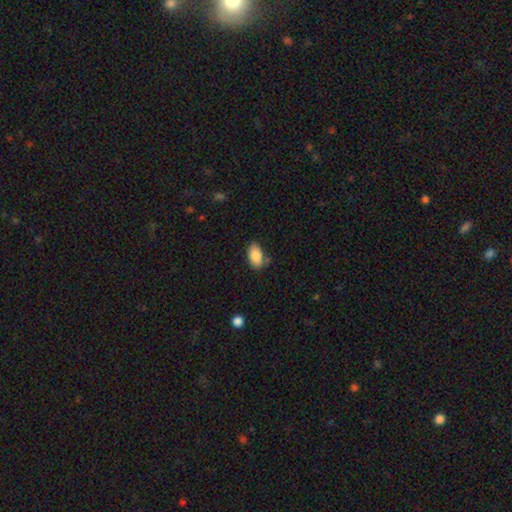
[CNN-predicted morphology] smooth_or_featured: smooth (p=0.87) [alt: star or artifact p=0.07]
how_rounded: in between (p=0.93) [alt: round p=0.05]
merging: none (p=0.71) [alt: minor disturbance p=0.20]